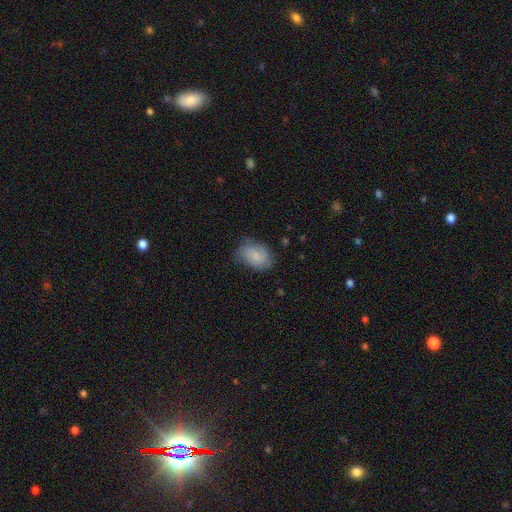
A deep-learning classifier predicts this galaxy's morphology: Smooth or featured? Predicted: smooth (p=0.75). How rounded? Predicted: in between (p=0.82). Merging? Predicted: none (p=0.65).